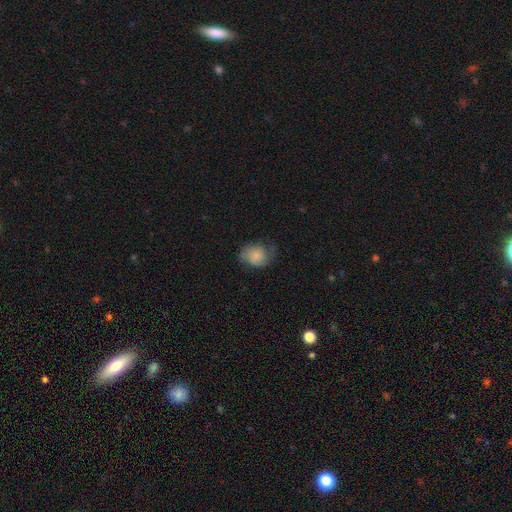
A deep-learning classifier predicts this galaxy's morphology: This appears to be a smooth galaxy with no disk features (61%) that is round (58%). Merging: none (56%).